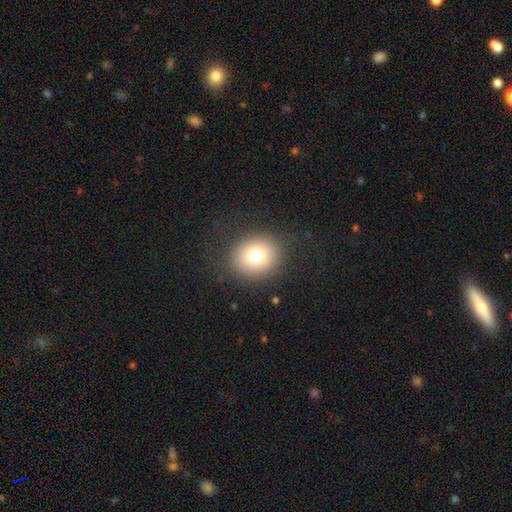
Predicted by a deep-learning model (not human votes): Smooth or featured?
  - smooth: 76% *
  - star or artifact: 12%
  - featured or disk: 12%
How rounded?
  - round: 76% *
  - in between: 24%
  - cigar-shaped: 1%
Merging?
  - none: 85% *
  - minor disturbance: 9%
  - major disturbance: 5%
  - merger: 1%